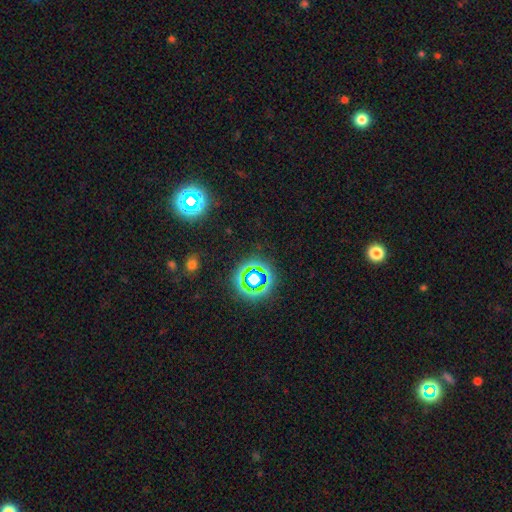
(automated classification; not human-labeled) A star or artifact, not a galaxy (72%).